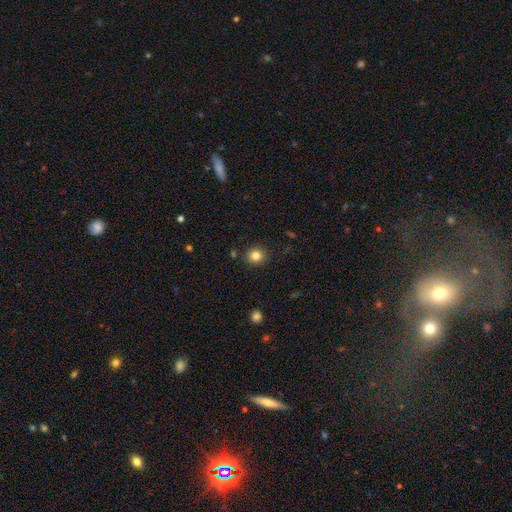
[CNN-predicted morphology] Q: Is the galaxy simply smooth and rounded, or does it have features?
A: smooth — 82%.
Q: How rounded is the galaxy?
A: round — 87%.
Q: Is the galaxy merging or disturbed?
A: none — 90%.